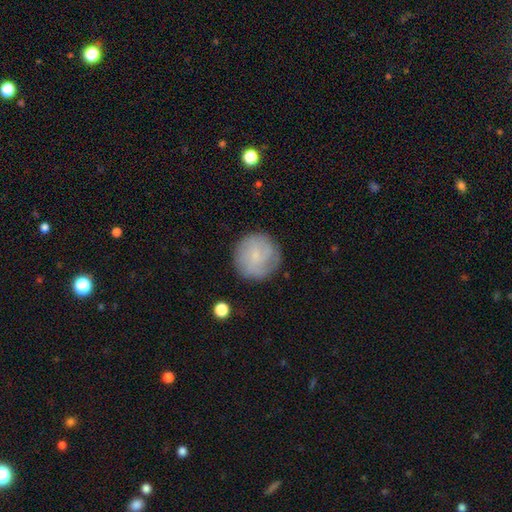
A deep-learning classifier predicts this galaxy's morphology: This is possibly a smooth galaxy (55%). How rounded: clearly round (93%). Merging: clearly none (81%).